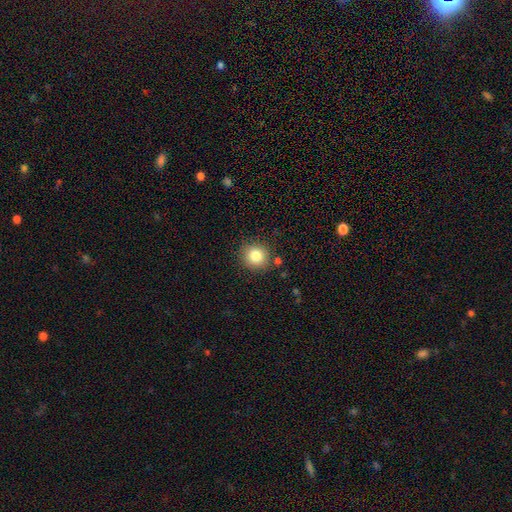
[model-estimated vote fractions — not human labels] A smooth galaxy with no disk features (82%) that is round (91%).

Vote fractions:
- Smooth or featured? smooth: 82% / star or artifact: 11% / featured or disk: 8%
- How rounded? round: 91% / in between: 8% / cigar-shaped: 1%
- Merging? none: 86% / minor disturbance: 8% / merger: 3% / major disturbance: 2%